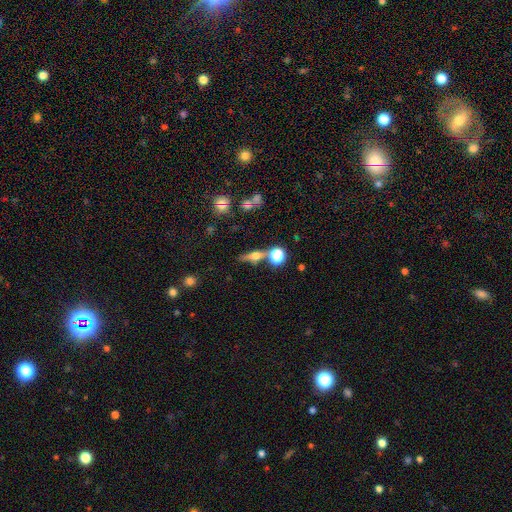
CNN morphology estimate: The model was most divided on "smooth or featured": featured or disk: 50%, smooth: 36%, star or artifact: 15%. More confident: merging — none (68%).